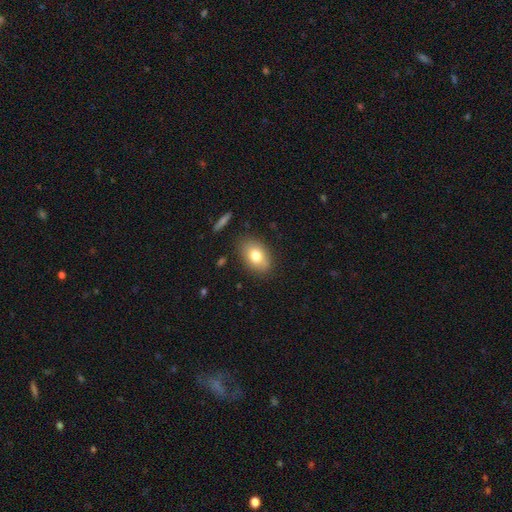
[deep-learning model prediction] smooth-or-featured: smooth: 77% | featured or disk: 15% | star or artifact: 8%
  how-rounded: in between: 85% | round: 14% | cigar-shaped: 1%
  merging: none: 82% | minor disturbance: 13% | major disturbance: 3% | merger: 2%